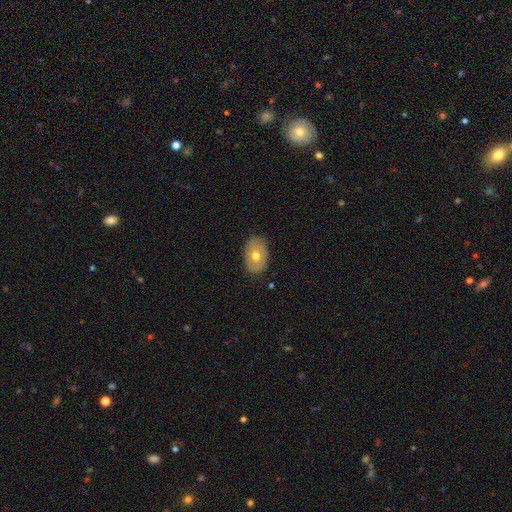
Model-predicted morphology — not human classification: This appears to be a smooth galaxy with no disk features (57%) that is in between round and cigar-shaped (82%). Merging: none (81%).